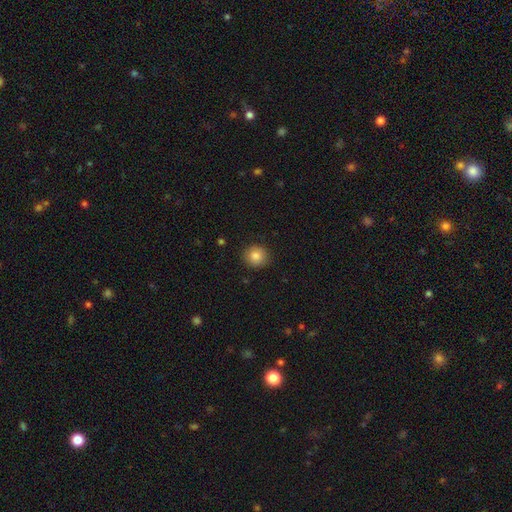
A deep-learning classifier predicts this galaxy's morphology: This appears to be a smooth galaxy with no disk features (85%) that is round (88%). Merging: none (90%).